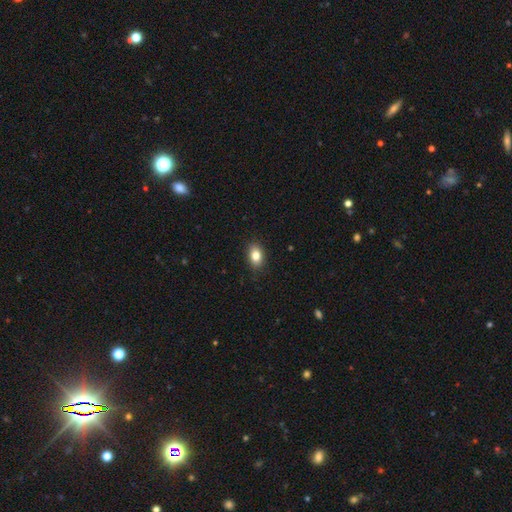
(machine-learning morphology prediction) A smooth galaxy with no disk features (83%) that is in between round and cigar-shaped (82%). Merging: none (88%).